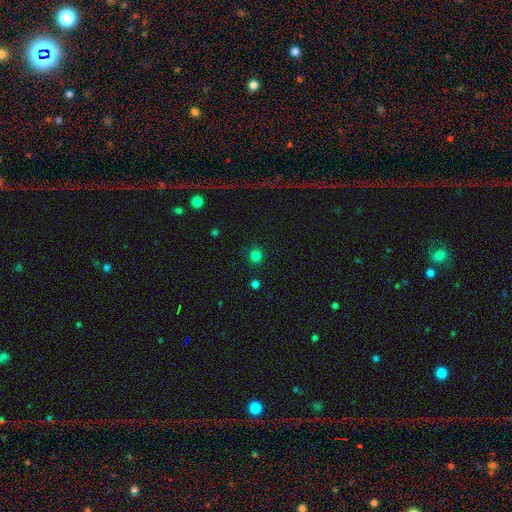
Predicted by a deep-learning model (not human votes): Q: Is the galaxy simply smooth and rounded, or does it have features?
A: smooth — 79%.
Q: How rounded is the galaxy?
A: round — 88%.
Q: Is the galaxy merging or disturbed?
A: none — 88%.